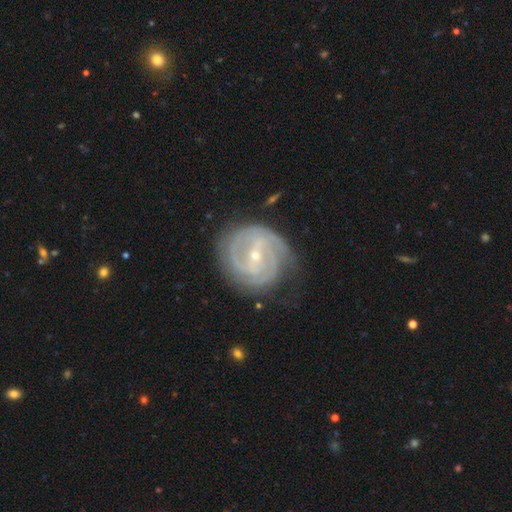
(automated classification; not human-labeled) The model was most divided on "spiral arm count": 2: 37%, 3: 24%, can't tell: 21%, 4: 9%, 1: 5%, more than 4: 5%. Remaining: edge-on disk — no (97%); spiral arms — yes (96%); smooth or featured — featured or disk (89%); bulge size — small (71%); merging — none (69%); spiral winding — tight (64%); bar — weak (46%).